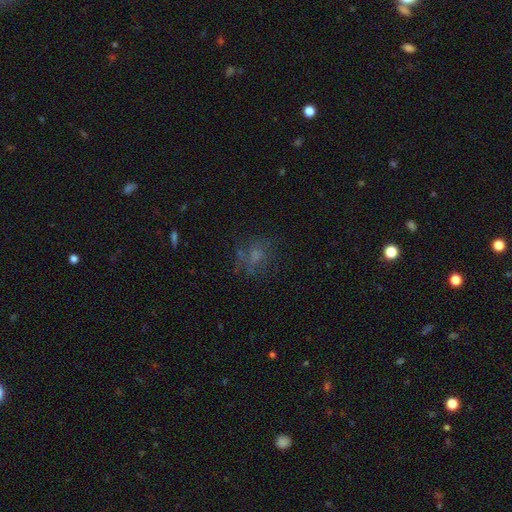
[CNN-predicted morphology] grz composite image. It shows a smooth galaxy with no disk features (50%). Merging: none (58%).